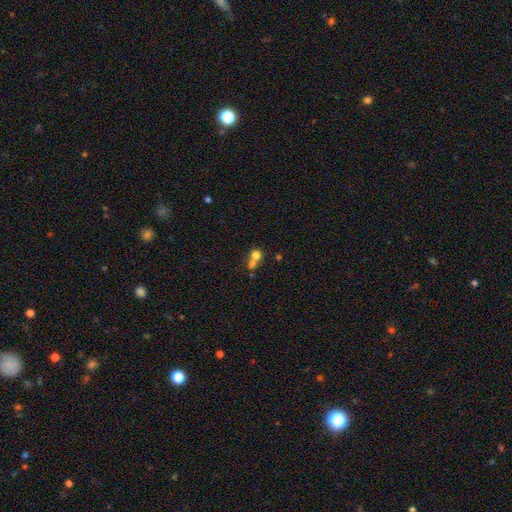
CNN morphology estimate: smooth 73%, featured or disk 14%, star or artifact 13%. Down the decision tree: how rounded — round (82%); merging — merger (59%).